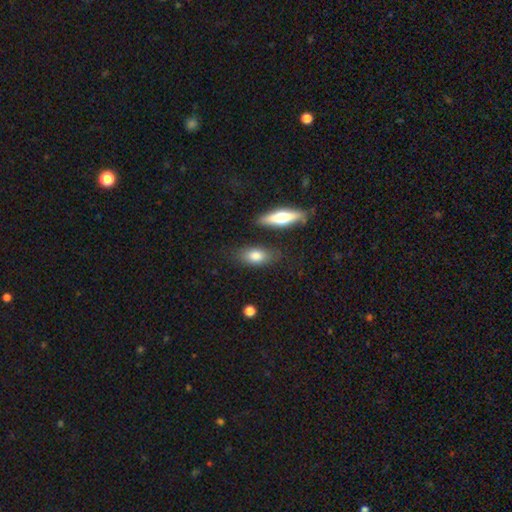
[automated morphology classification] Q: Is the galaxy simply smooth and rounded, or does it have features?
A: smooth — 79%.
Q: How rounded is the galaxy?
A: in between — 81%.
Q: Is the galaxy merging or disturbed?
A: none — 76%.